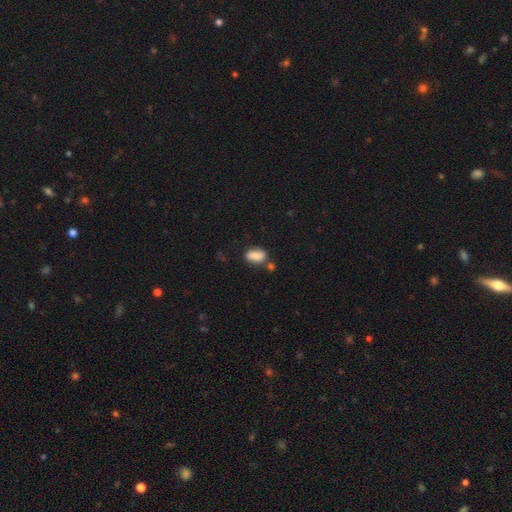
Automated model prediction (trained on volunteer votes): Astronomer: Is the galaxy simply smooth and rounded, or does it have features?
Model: smooth — 85%.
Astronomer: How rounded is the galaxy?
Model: in between — 89%.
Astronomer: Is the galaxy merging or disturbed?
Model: none — 63%.